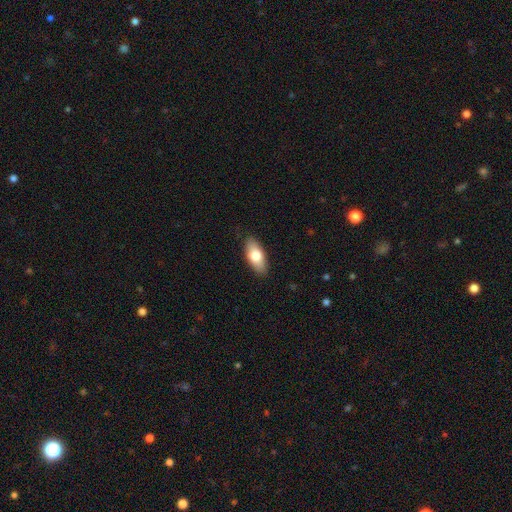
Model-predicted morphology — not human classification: Smooth or featured? smooth (75%)
How rounded? in between (86%)
Merging? none (88%)